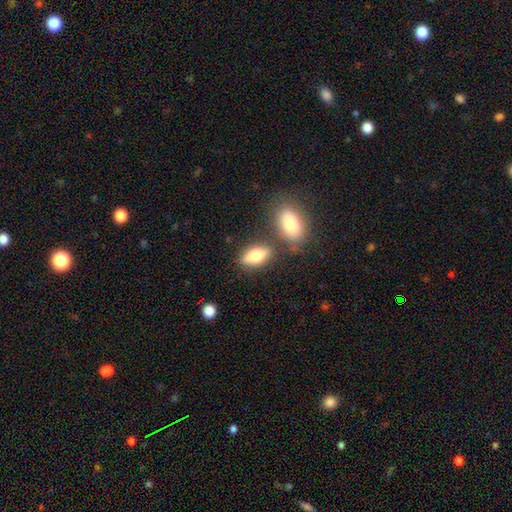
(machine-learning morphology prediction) Overall: smooth (80%). How rounded: in between (86%). Merging: none (71%).